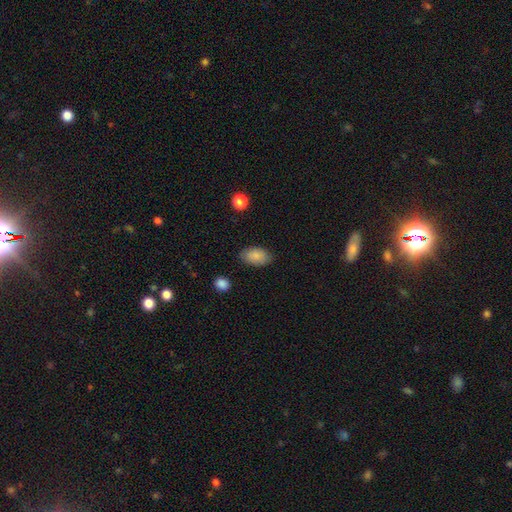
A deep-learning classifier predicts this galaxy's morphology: smooth-or-featured: smooth: 86% | featured or disk: 7% | star or artifact: 7%
  how-rounded: in between: 92% | round: 6% | cigar-shaped: 1%
  merging: none: 83% | minor disturbance: 13% | major disturbance: 3% | merger: 1%